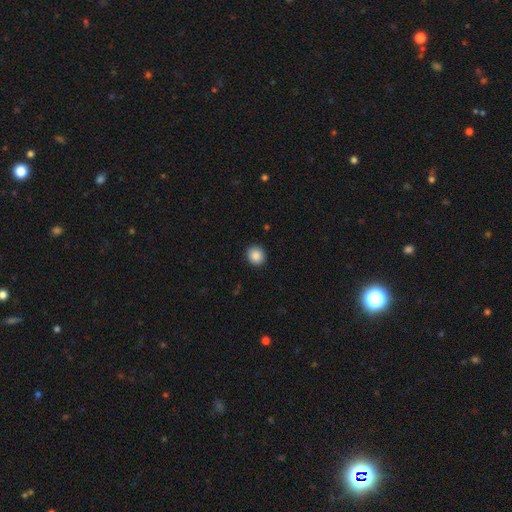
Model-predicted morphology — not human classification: This is clearly a smooth galaxy (87%). How rounded: clearly round (88%). Merging: clearly none (92%).